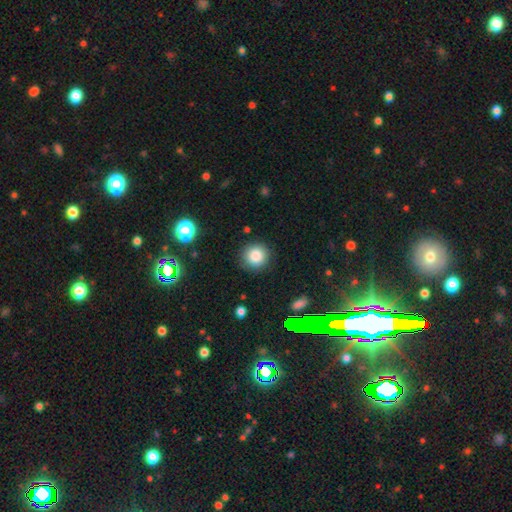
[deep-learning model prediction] A smooth galaxy with no disk features (84%) that is round (93%).

Vote fractions:
- Smooth or featured? smooth: 84% / star or artifact: 11% / featured or disk: 5%
- How rounded? round: 93% / in between: 6% / cigar-shaped: 1%
- Merging? none: 88% / minor disturbance: 8% / major disturbance: 2% / merger: 1%